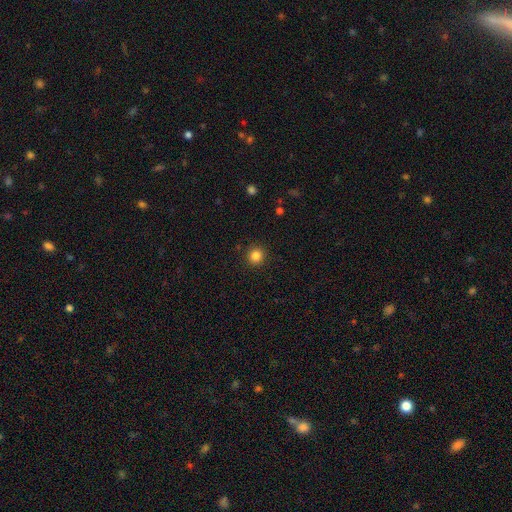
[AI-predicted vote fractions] Smooth or featured?
  - smooth: 84% *
  - star or artifact: 12%
  - featured or disk: 4%
How rounded?
  - round: 94% *
  - in between: 5%
  - cigar-shaped: 1%
Merging?
  - none: 92% *
  - minor disturbance: 5%
  - major disturbance: 2%
  - merger: 1%